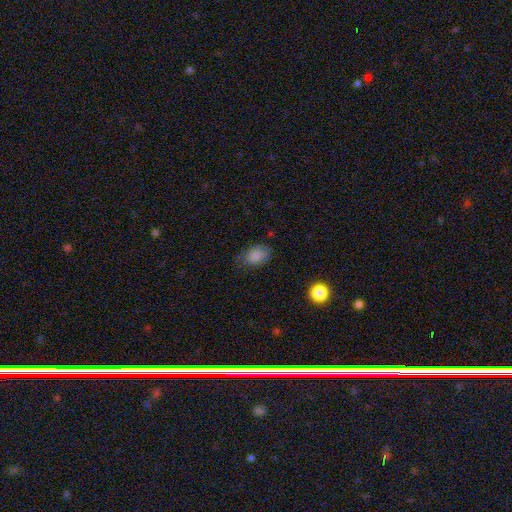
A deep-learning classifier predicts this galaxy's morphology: Smooth or featured? Predicted: smooth (p=0.85). How rounded? Predicted: in between (p=0.81). Merging? Predicted: none (p=0.68).